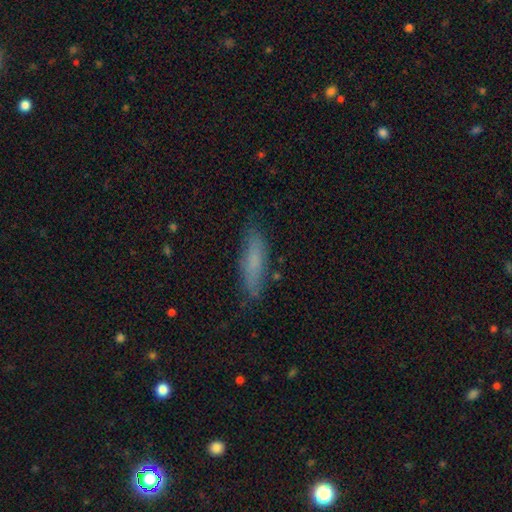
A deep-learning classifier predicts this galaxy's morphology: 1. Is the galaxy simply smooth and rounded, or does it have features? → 71% smooth, 21% featured or disk, 8% star or artifact.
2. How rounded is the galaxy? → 74% cigar-shaped, 24% in between, 2% round.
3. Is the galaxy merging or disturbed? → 80% none, 15% minor disturbance, 3% major disturbance, 2% merger.